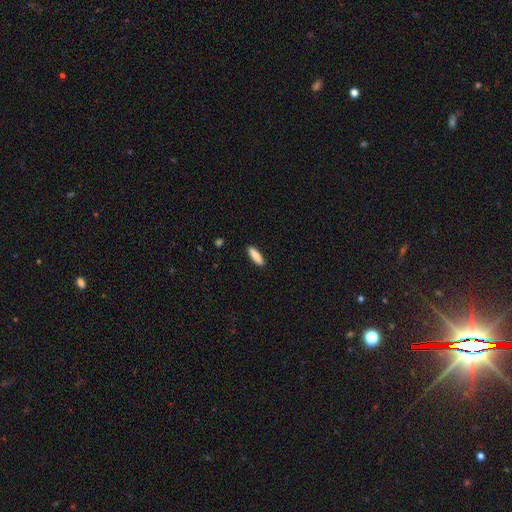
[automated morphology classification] Smooth or featured? smooth (86%)
How rounded? cigar-shaped (61%)
Merging? none (90%)